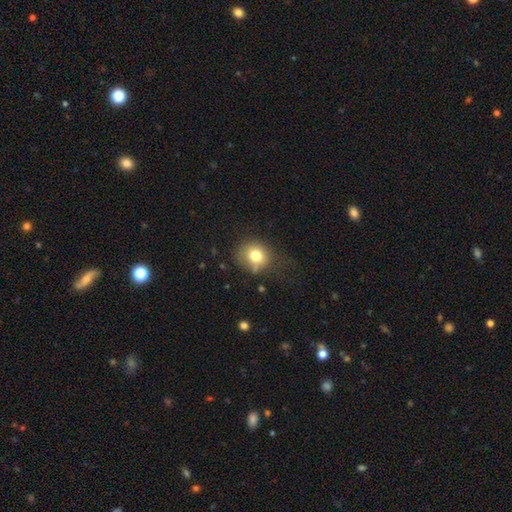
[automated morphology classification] smooth_or_featured: smooth (p=0.76) [alt: star or artifact p=0.12]
how_rounded: round (p=0.75) [alt: in between p=0.24]
merging: none (p=0.63) [alt: minor disturbance p=0.23]